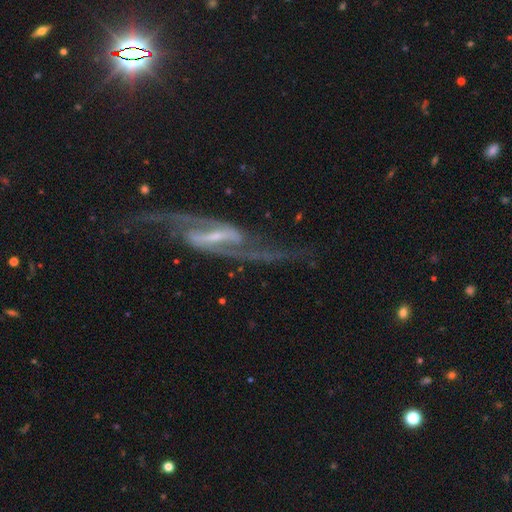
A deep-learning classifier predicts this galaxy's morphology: Smooth or featured: featured or disk — 91% (star or artifact — 6%)
Edge-on disk: no — 91% (yes — 9%)
Bar: strong — 60% (weak — 32%)
Spiral arms: yes — 97% (no — 3%)
Spiral winding: loose — 54% (medium — 37%)
Spiral arm count: 2 — 94% (can't tell — 2%)
Bulge size: small — 64% (moderate — 20%)
Merging: none — 73% (minor disturbance — 13%)